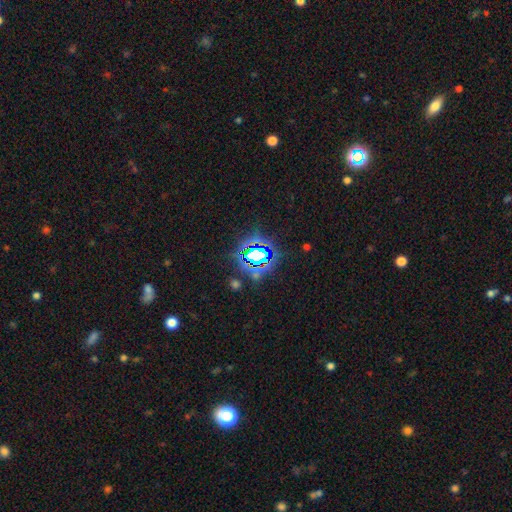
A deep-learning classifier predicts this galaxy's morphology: smooth_or_featured: star or artifact (p=0.74) [alt: smooth p=0.15]